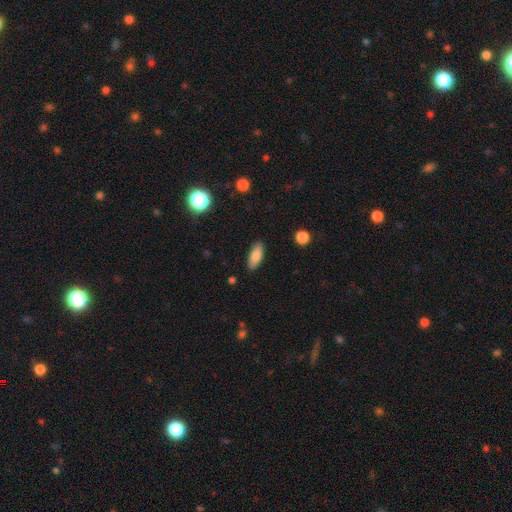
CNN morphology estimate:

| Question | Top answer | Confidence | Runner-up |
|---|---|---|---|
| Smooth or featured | smooth | 82% | featured or disk (11%) |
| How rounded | in between | 71% | cigar-shaped (26%) |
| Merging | none | 88% | minor disturbance (9%) |